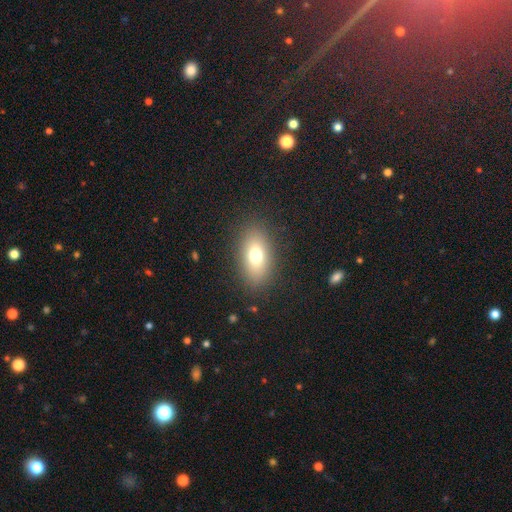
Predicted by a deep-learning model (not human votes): A smooth galaxy with no disk features (73%) that is in between round and cigar-shaped (85%). Merging: none (86%).